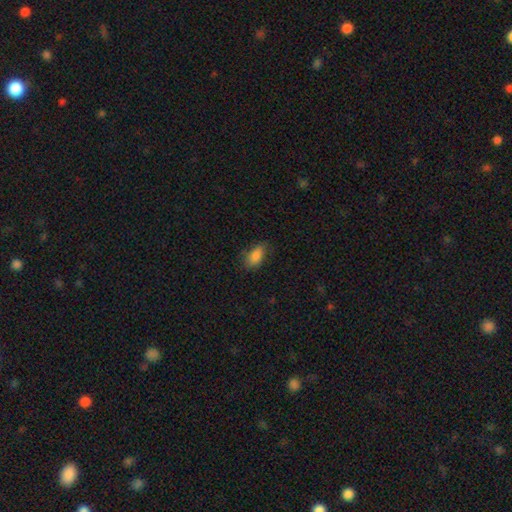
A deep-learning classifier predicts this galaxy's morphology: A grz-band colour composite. It shows a smooth galaxy with no disk features (85%) that is in between round and cigar-shaped (91%). Merging: none (72%).